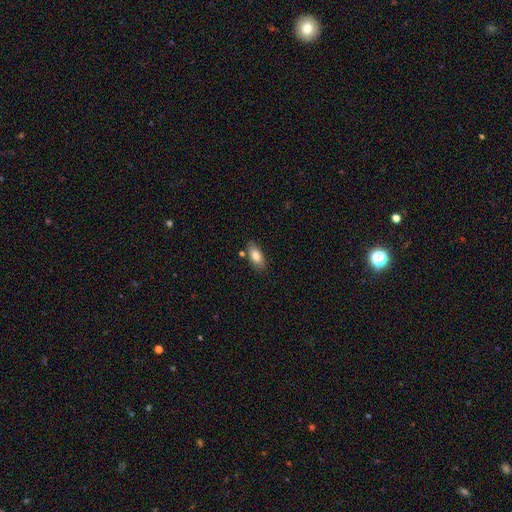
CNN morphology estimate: A smooth galaxy with no disk features (81%) that is in between round and cigar-shaped (87%). Merging: none (79%).